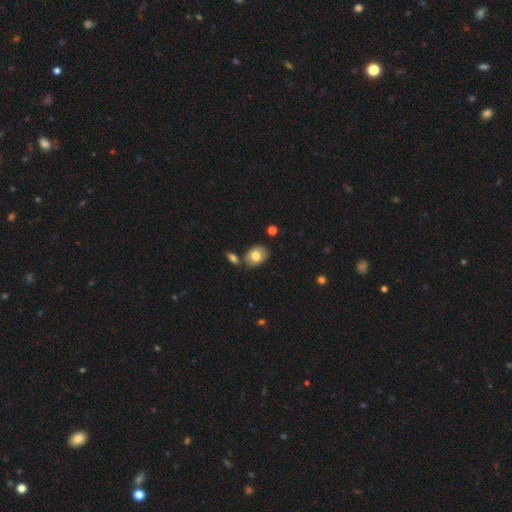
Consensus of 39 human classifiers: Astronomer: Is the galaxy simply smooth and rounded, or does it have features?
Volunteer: smooth — 79%.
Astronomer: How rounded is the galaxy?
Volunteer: in between — 81%.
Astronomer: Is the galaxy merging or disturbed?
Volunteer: none — 66%.